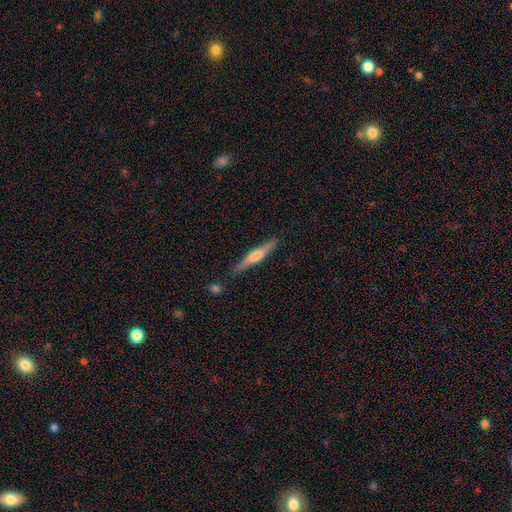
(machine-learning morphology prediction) The model was most divided on "smooth or featured": featured or disk: 62%, smooth: 32%, star or artifact: 6%. More confident: edge-on disk — yes (97%); merging — none (85%); edge-on bulge — rounded (77%).